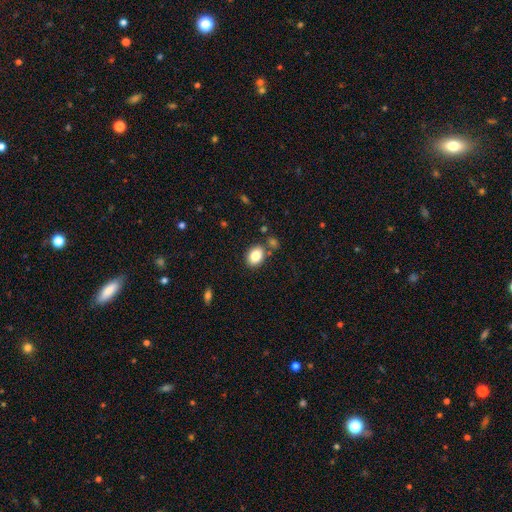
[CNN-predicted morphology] Smooth or featured? smooth (84%)
How rounded? in between (73%)
Merging? none (77%)